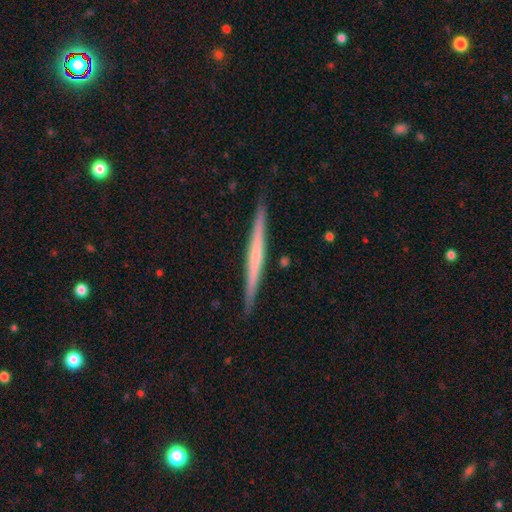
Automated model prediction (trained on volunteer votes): Q: Smooth or featured?
A: featured or disk (59%); runner-up: smooth (35%)
Q: Edge-on disk?
A: yes (98%); runner-up: no (2%)
Q: Edge-on bulge?
A: none (73%); runner-up: rounded (20%)
Q: Merging?
A: none (91%); runner-up: minor disturbance (6%)